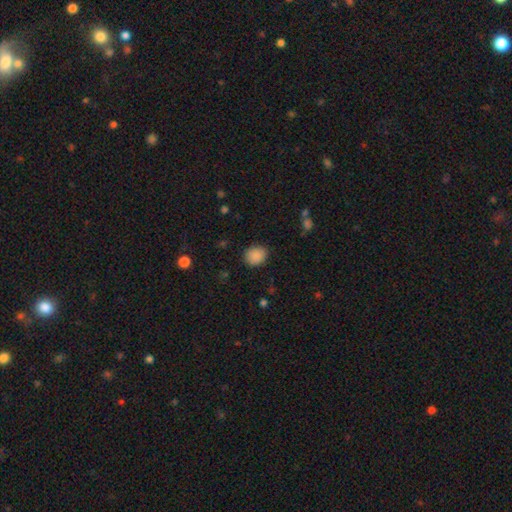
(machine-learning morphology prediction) This appears to be a smooth galaxy with no disk features (88%) that is round (65%). Merging: none (85%).